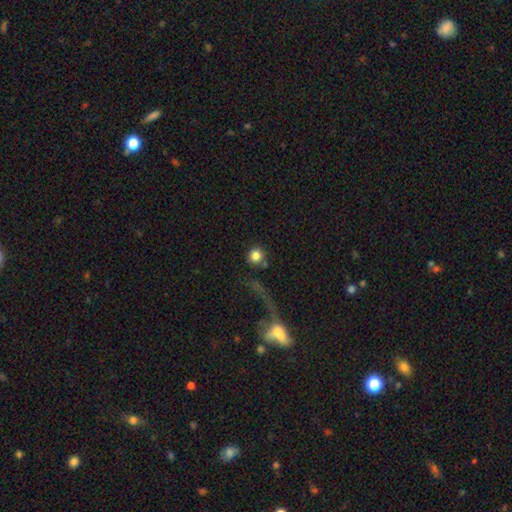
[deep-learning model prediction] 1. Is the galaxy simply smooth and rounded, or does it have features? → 81% smooth, 11% star or artifact, 9% featured or disk.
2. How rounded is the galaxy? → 94% round, 5% in between, 1% cigar-shaped.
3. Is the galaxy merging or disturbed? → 75% none, 11% merger, 8% minor disturbance, 6% major disturbance.